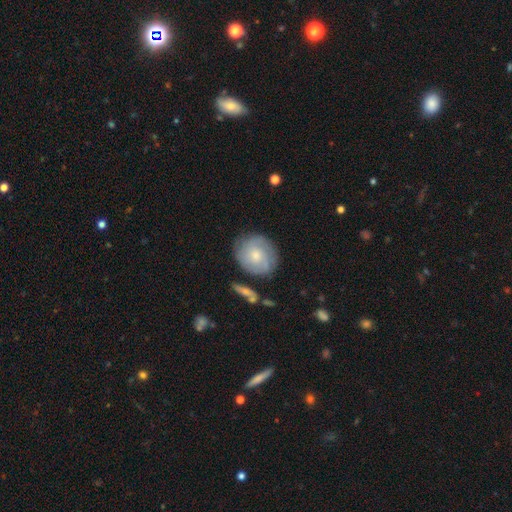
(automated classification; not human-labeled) smooth 47% (tied), featured or disk 47% (tied), star or artifact 7%. Down the decision tree: merging — none (73%).